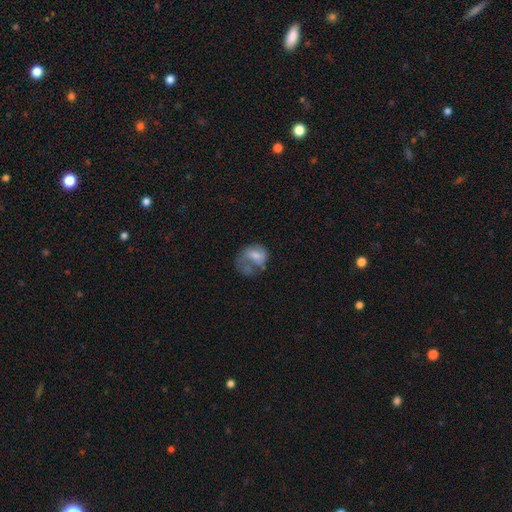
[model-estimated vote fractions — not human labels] smooth-or-featured: smooth: 46% | featured or disk: 44% | star or artifact: 11%
  merging: major disturbance: 44% | none: 26% | minor disturbance: 21% | merger: 9%